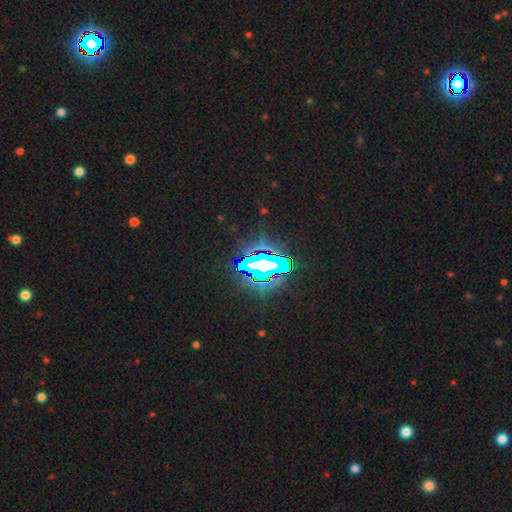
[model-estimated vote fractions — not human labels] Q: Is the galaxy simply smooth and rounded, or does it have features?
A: star or artifact — 76%.